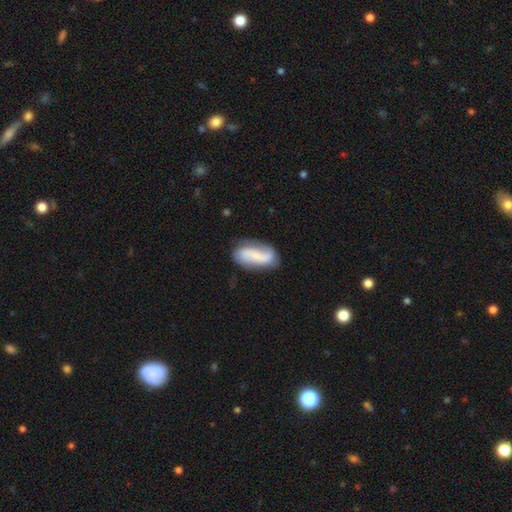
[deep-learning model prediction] smooth 47%, featured or disk 45%, star or artifact 8%. Down the decision tree: merging — none (65%).